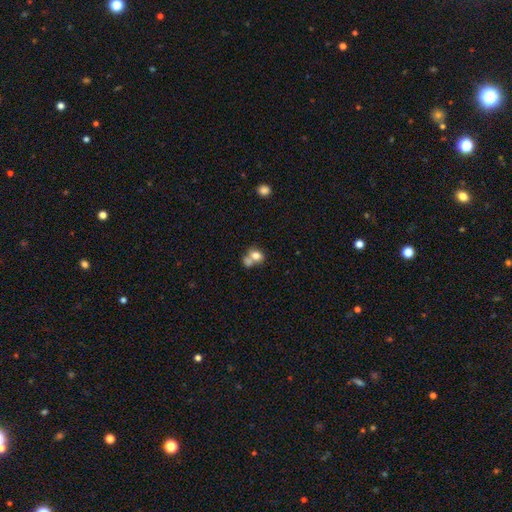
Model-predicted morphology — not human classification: A smooth galaxy with no disk features (75%) that is round (51%).

Vote fractions:
- Smooth or featured? smooth: 75% / featured or disk: 15% / star or artifact: 10%
- How rounded? round: 51% / in between: 48% / cigar-shaped: 1%
- Merging? merger: 55% / none: 31% / minor disturbance: 9% / major disturbance: 5%